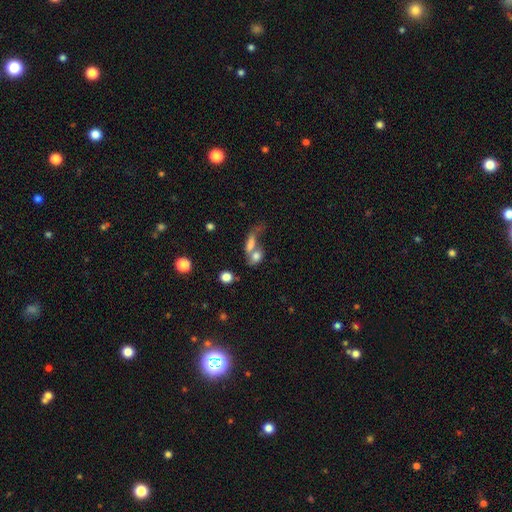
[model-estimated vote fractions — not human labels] The model was most divided on "merging": merger: 56%, none: 24%, major disturbance: 10%, minor disturbance: 10%. More confident: smooth or featured — smooth (72%); how rounded — in between (69%).